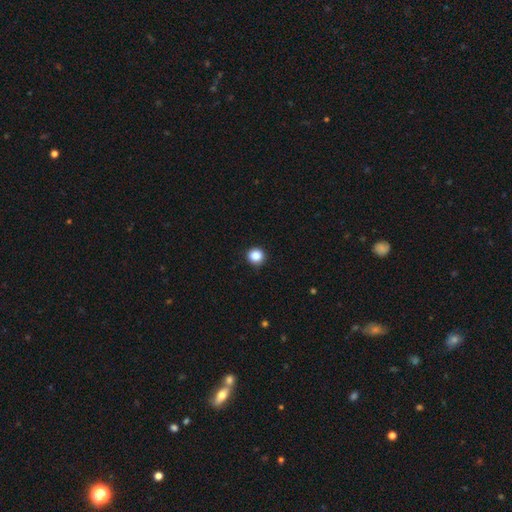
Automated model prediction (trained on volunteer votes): Morphology: type=smooth (86%); roundness=round (93%); merging=none (91%).